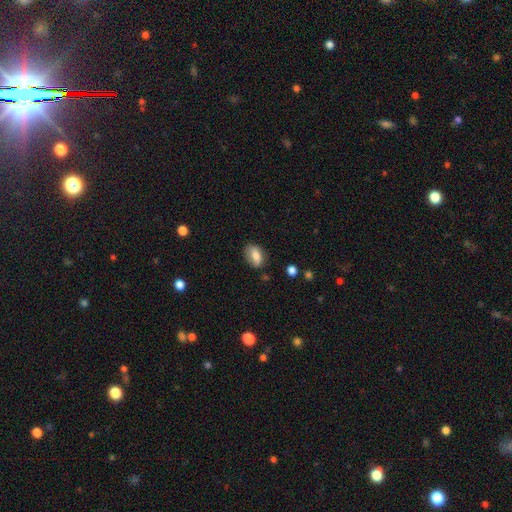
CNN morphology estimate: Smooth or featured?
  - smooth: 74% *
  - featured or disk: 19%
  - star or artifact: 8%
How rounded?
  - in between: 84% *
  - round: 11%
  - cigar-shaped: 4%
Merging?
  - none: 75% *
  - minor disturbance: 19%
  - major disturbance: 5%
  - merger: 2%